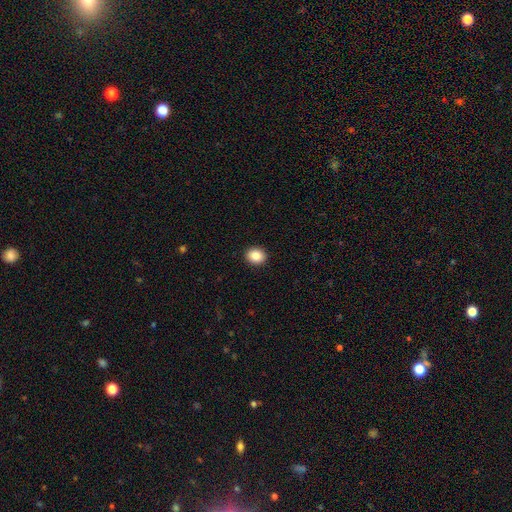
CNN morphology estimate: smooth 87%, star or artifact 9%, featured or disk 4%. Down the decision tree: how rounded — round (65%); merging — none (92%).